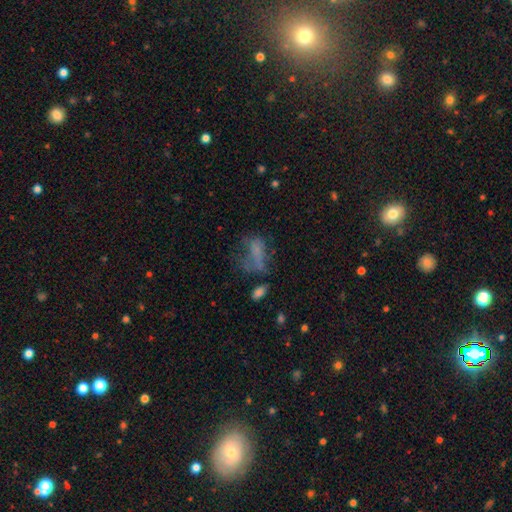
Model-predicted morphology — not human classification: This appears to be a smooth galaxy with no disk features (47%). Merging: major disturbance (39%).